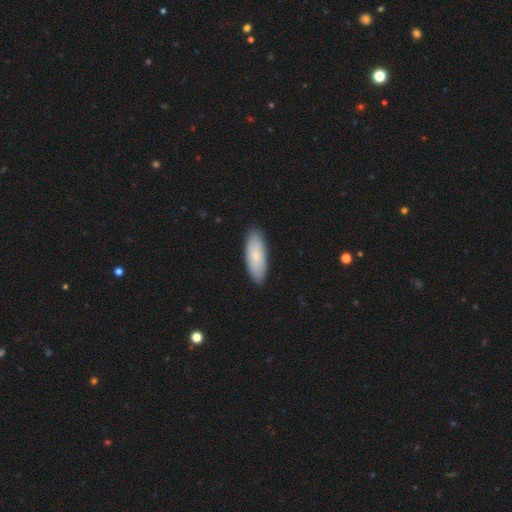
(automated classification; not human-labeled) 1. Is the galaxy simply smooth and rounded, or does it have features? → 79% smooth, 16% featured or disk, 6% star or artifact.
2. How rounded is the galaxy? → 72% in between, 26% cigar-shaped, 2% round.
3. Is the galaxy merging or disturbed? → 89% none, 8% minor disturbance, 2% major disturbance, 1% merger.